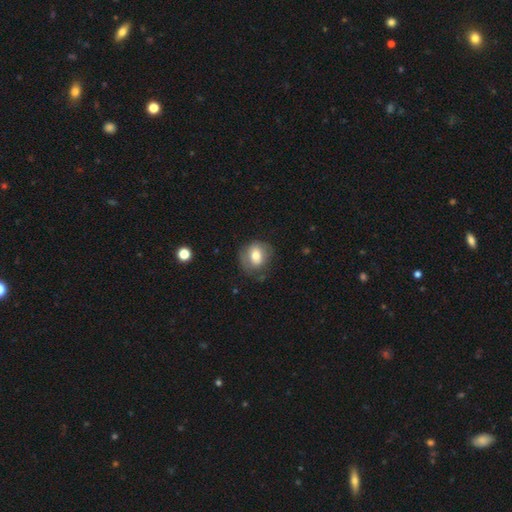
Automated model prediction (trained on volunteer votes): smooth_or_featured: smooth (p=0.67) [alt: featured or disk p=0.25]
how_rounded: round (p=0.62) [alt: in between p=0.37]
merging: none (p=0.64) [alt: minor disturbance p=0.24]